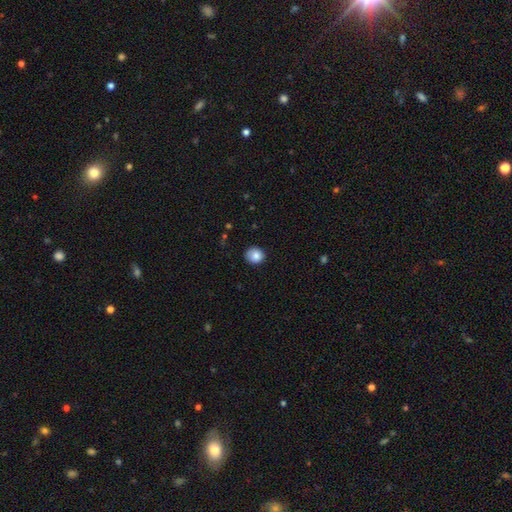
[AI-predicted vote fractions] smooth_or_featured: smooth (p=0.83) [alt: star or artifact p=0.09]
how_rounded: round (p=0.83) [alt: in between p=0.16]
merging: none (p=0.81) [alt: minor disturbance p=0.15]